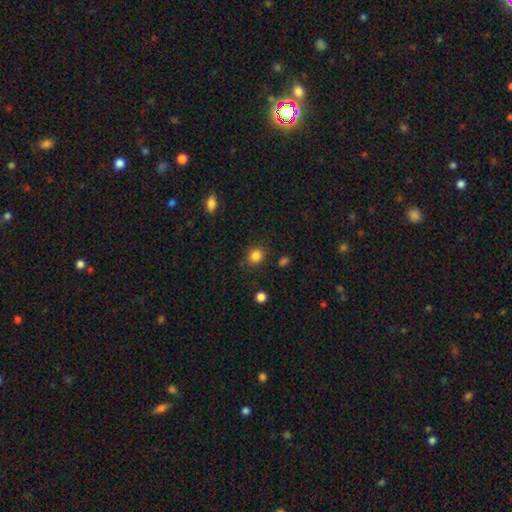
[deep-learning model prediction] Overall: smooth (84%). How rounded: round (76%). Merging: none (82%).